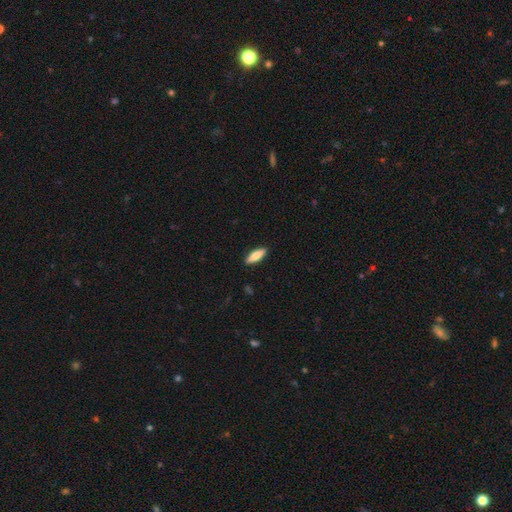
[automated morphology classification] A smooth galaxy with no disk features (78%) that is cigar-shaped (51%).

Vote fractions:
- Smooth or featured? smooth: 78% / featured or disk: 16% / star or artifact: 6%
- How rounded? cigar-shaped: 51% / in between: 47% / round: 2%
- Merging? none: 90% / minor disturbance: 7% / major disturbance: 2% / merger: 1%